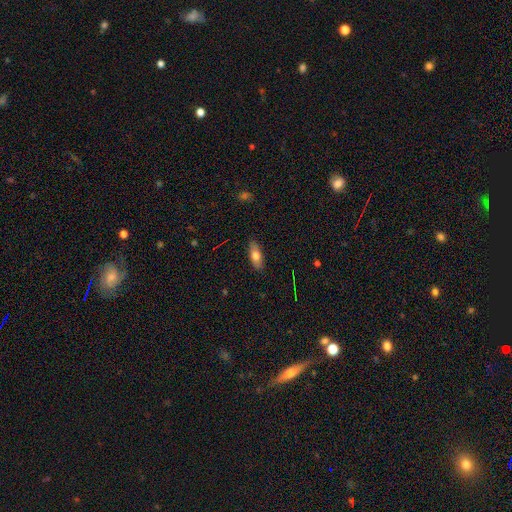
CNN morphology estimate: smooth 72%, featured or disk 20%, star or artifact 8%. Down the decision tree: how rounded — in between (76%); merging — none (86%).